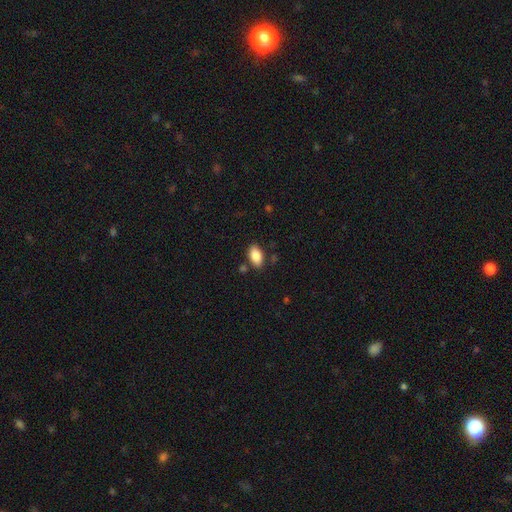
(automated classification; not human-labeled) The model was most divided on "merging": none: 83%, minor disturbance: 11%, merger: 4%, major disturbance: 2%. More confident: how rounded — in between (93%); smooth or featured — smooth (86%).